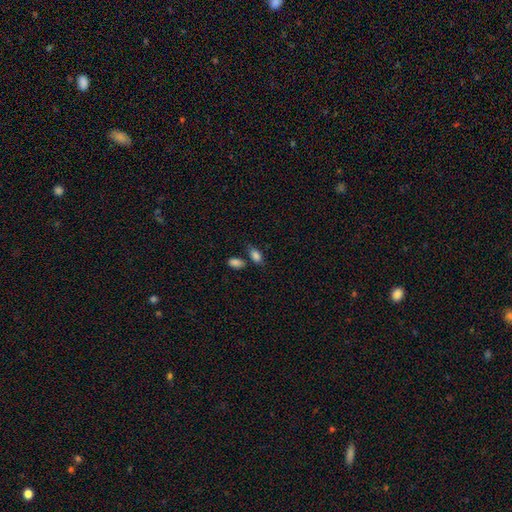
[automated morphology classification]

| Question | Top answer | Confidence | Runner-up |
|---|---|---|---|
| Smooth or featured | smooth | 85% | star or artifact (9%) |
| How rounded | in between | 90% | round (6%) |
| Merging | none | 60% | merger (18%) |